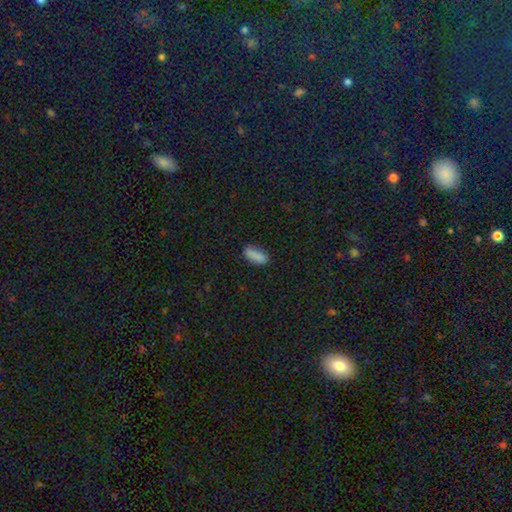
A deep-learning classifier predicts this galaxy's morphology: Q: Smooth or featured?
A: smooth (87%); runner-up: star or artifact (8%)
Q: How rounded?
A: in between (78%); runner-up: cigar-shaped (20%)
Q: Merging?
A: none (83%); runner-up: minor disturbance (13%)